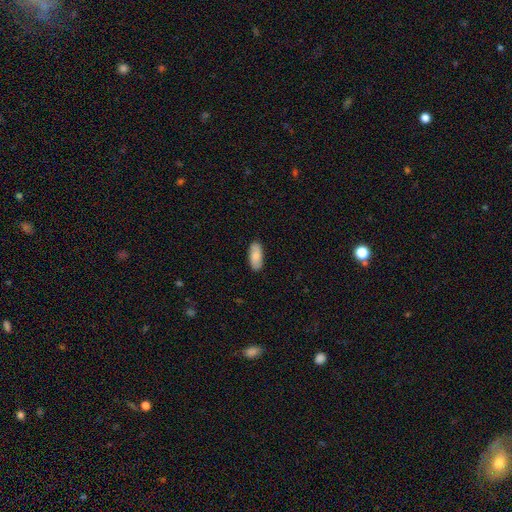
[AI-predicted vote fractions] Morphology: type=smooth (83%); roundness=in between (87%); merging=none (88%).